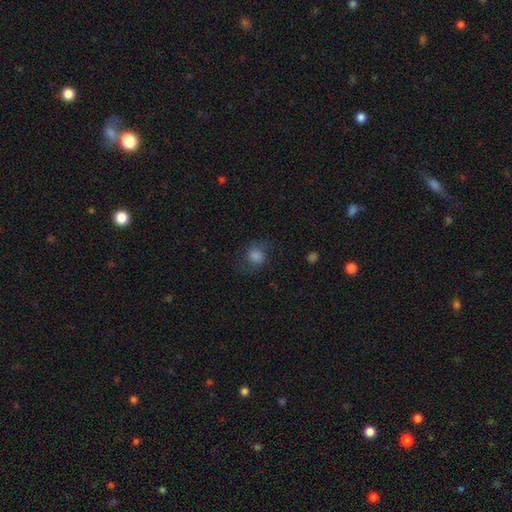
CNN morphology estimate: This appears to be a smooth galaxy with no disk features (63%) that is round (76%). Merging: none (68%).